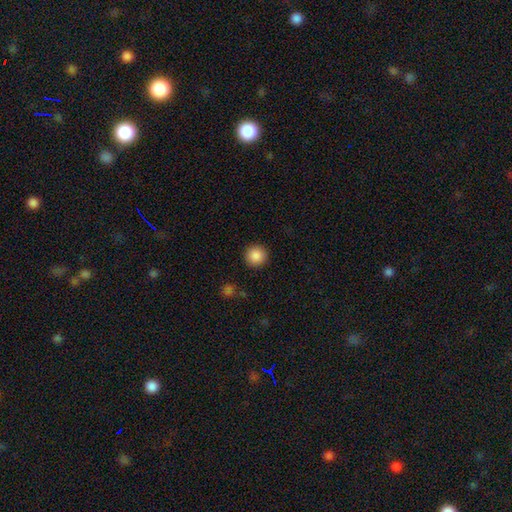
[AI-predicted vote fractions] Overall: smooth (88%). How rounded: round (95%). Merging: none (92%).